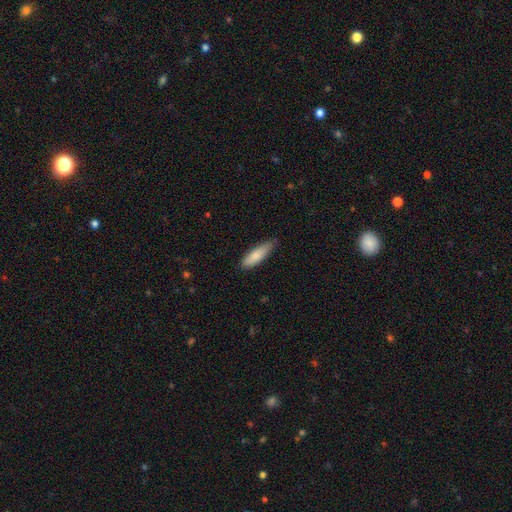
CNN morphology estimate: smooth-or-featured: smooth: 82% | featured or disk: 12% | star or artifact: 6%
  how-rounded: cigar-shaped: 60% | in between: 39% | round: 2%
  merging: none: 74% | minor disturbance: 22% | major disturbance: 3% | merger: 1%